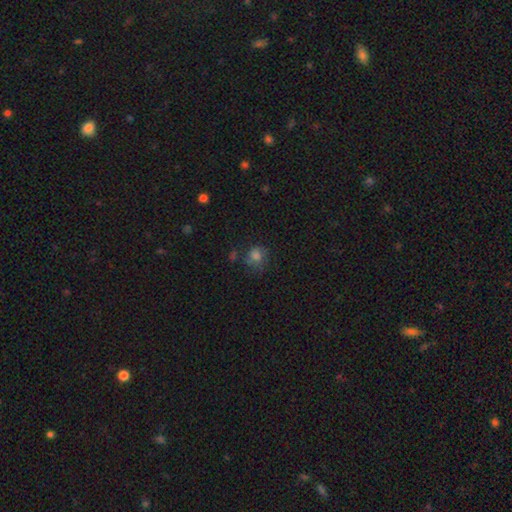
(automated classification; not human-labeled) Smooth or featured? smooth (70%)
How rounded? round (70%)
Merging? none (54%)